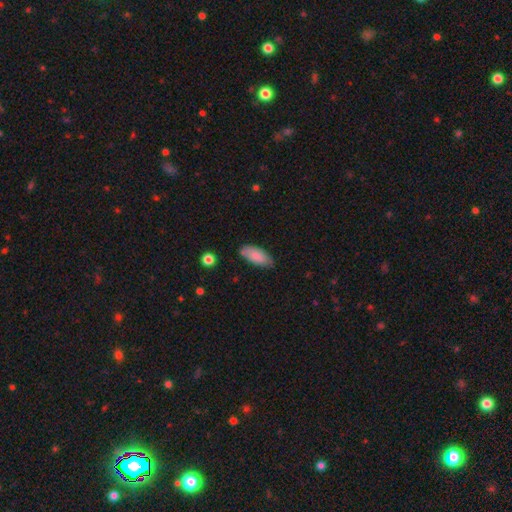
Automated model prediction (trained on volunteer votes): Smooth or featured? smooth (85%)
How rounded? in between (87%)
Merging? none (77%)